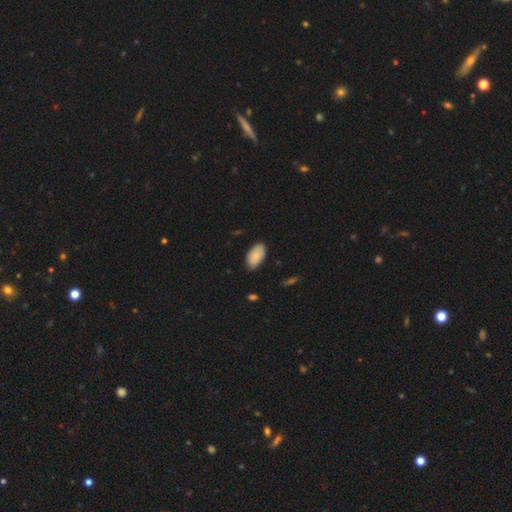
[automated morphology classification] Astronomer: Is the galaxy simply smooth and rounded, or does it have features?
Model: smooth — 83%.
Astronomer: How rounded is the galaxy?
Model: in between — 95%.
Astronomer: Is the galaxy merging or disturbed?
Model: none — 81%.